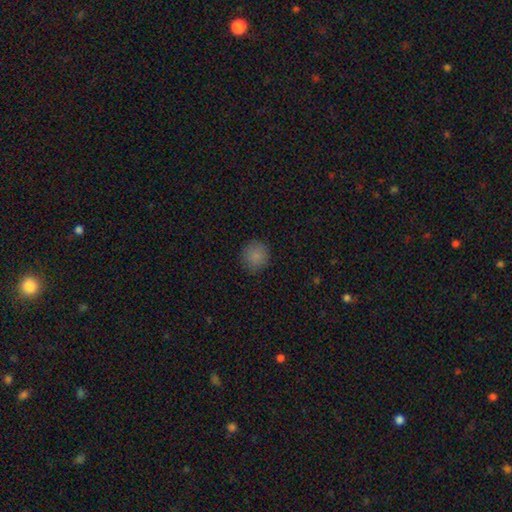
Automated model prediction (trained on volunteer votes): Overall: smooth (85%). How rounded: round (91%). Merging: none (88%).